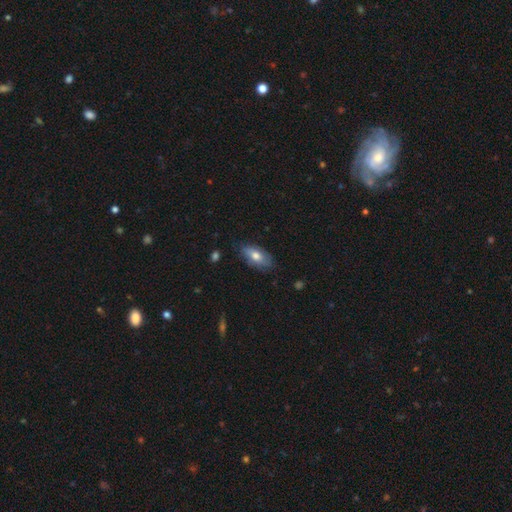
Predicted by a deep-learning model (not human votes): Q: Smooth or featured?
A: smooth (72%); runner-up: featured or disk (22%)
Q: How rounded?
A: in between (89%); runner-up: cigar-shaped (8%)
Q: Merging?
A: none (77%); runner-up: minor disturbance (18%)